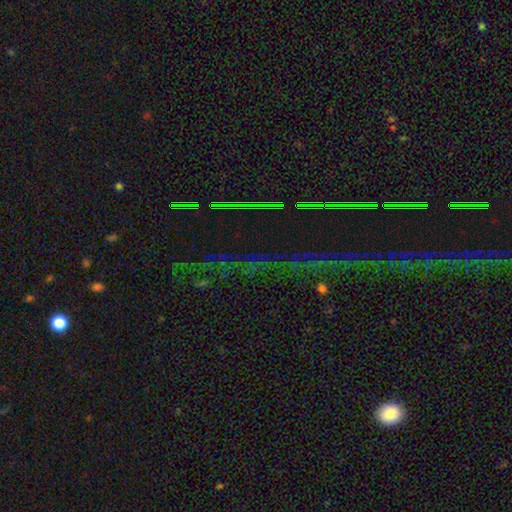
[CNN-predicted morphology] The model was most divided on "smooth or featured": star or artifact: 85%, featured or disk: 8%, smooth: 7%.